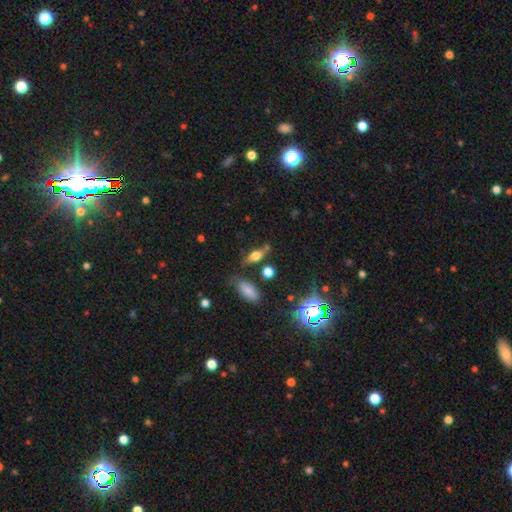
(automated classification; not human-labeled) smooth_or_featured: smooth (p=0.48) [alt: featured or disk p=0.38]
merging: none (p=0.65) [alt: minor disturbance p=0.18]